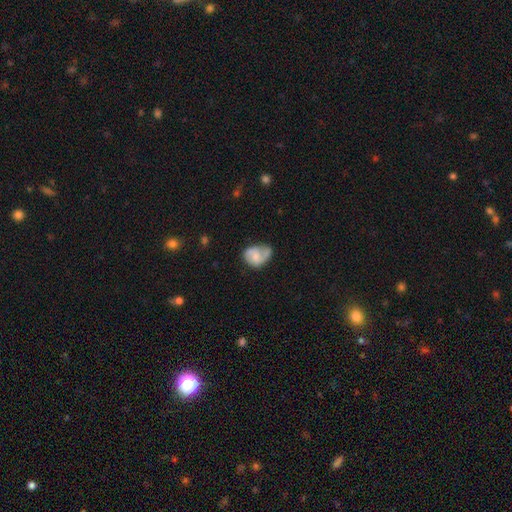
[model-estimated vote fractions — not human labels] Smooth or featured? featured or disk (47%)
Merging? none (40%)